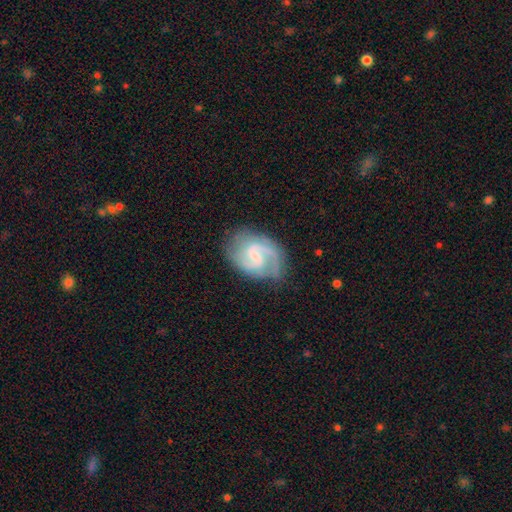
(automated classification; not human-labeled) Smooth or featured?
  - featured or disk: 85% *
  - smooth: 10%
  - star or artifact: 5%
Edge-on disk?
  - no: 98% *
  - yes: 2%
Bar?
  - weak: 61% *
  - no: 21%
  - strong: 17%
Spiral arms?
  - yes: 96% *
  - no: 4%
Spiral winding?
  - medium: 56% *
  - loose: 22%
  - tight: 22%
Spiral arm count?
  - 2: 83% *
  - can't tell: 6%
  - 1: 4%
  - 3: 4%
  - 4: 1%
  - more than 4: 1%
Bulge size?
  - small: 54% *
  - moderate: 23%
  - none: 20%
  - large: 2%
  - dominant: 1%
Merging?
  - none: 74% *
  - minor disturbance: 17%
  - major disturbance: 8%
  - merger: 1%